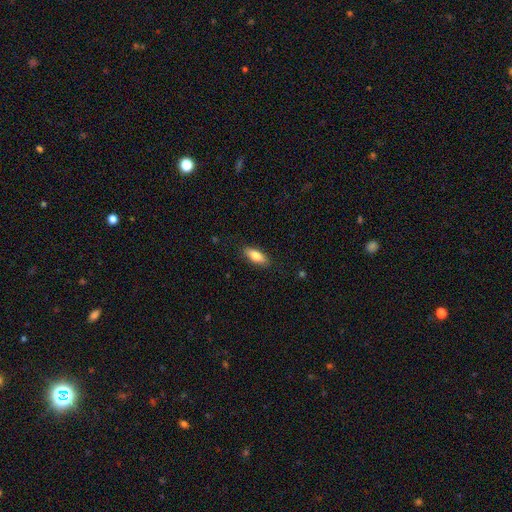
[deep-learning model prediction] Smooth or featured? smooth (78%)
How rounded? in between (73%)
Merging? none (86%)